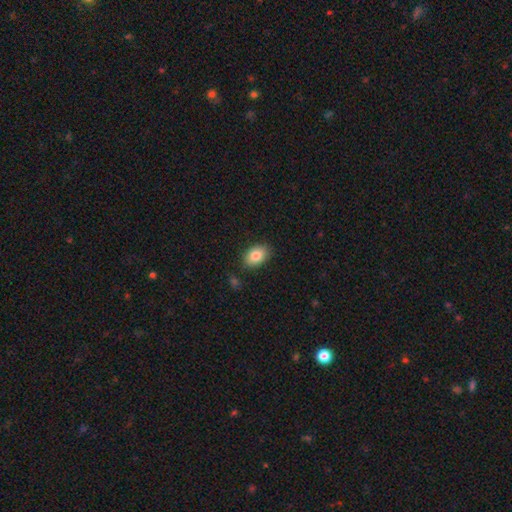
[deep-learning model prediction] Smooth or featured?
  - smooth: 84% *
  - featured or disk: 8%
  - star or artifact: 7%
How rounded?
  - in between: 86% *
  - round: 12%
  - cigar-shaped: 1%
Merging?
  - none: 85% *
  - minor disturbance: 11%
  - major disturbance: 2%
  - merger: 2%